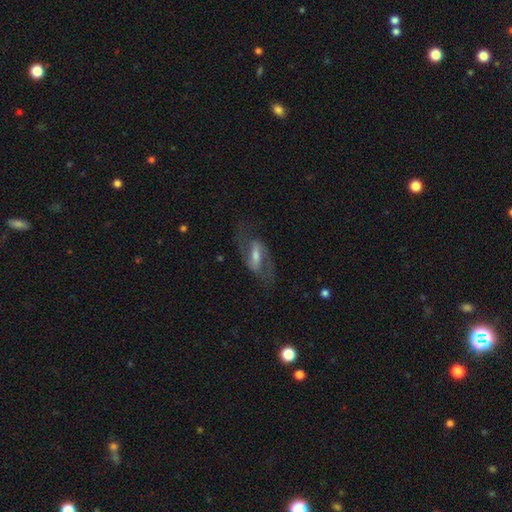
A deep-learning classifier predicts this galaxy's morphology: Smooth or featured?
  - featured or disk: 74% *
  - smooth: 20%
  - star or artifact: 6%
Edge-on disk?
  - no: 92% *
  - yes: 8%
Bar?
  - strong: 47% *
  - weak: 39%
  - no: 14%
Spiral arms?
  - yes: 86% *
  - no: 14%
Spiral winding?
  - medium: 47% *
  - loose: 41%
  - tight: 12%
Spiral arm count?
  - 2: 89% *
  - can't tell: 5%
  - 1: 3%
  - 3: 1%
  - 4: 1%
  - more than 4: 1%
Bulge size?
  - moderate: 49% *
  - small: 27%
  - large: 15%
  - none: 7%
  - dominant: 2%
Merging?
  - none: 66% *
  - major disturbance: 16%
  - minor disturbance: 16%
  - merger: 2%